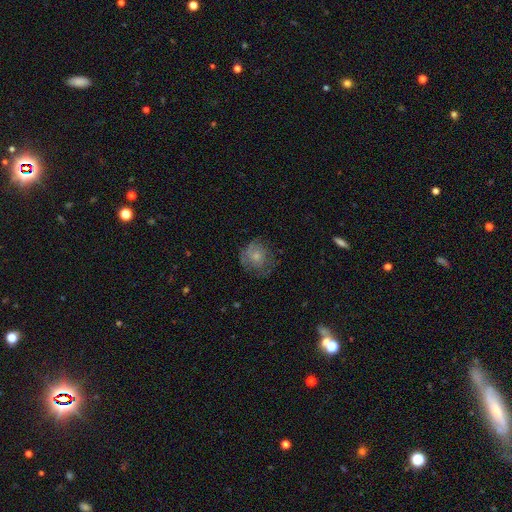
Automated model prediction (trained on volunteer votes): smooth-or-featured: smooth: 61% | featured or disk: 30% | star or artifact: 9%
  how-rounded: round: 80% | in between: 19% | cigar-shaped: 1%
  merging: none: 59% | minor disturbance: 24% | major disturbance: 15% | merger: 1%